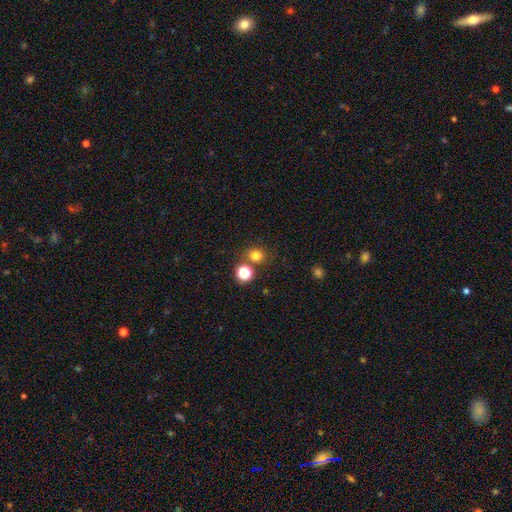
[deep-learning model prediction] smooth 78%, star or artifact 17%, featured or disk 5%. Down the decision tree: how rounded — round (82%); merging — none (75%).